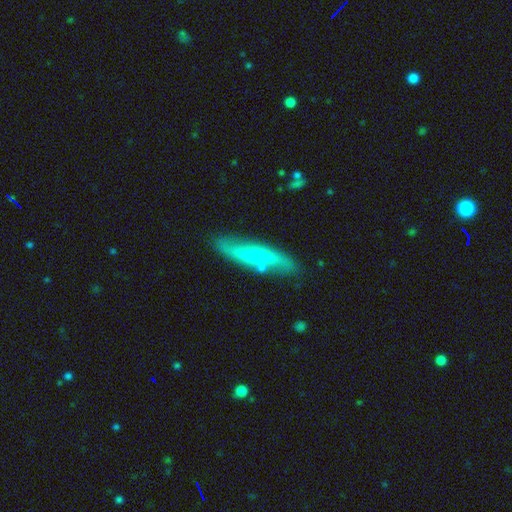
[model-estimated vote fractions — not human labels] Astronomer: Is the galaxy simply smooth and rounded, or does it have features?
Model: featured or disk — 61%.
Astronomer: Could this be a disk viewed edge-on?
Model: yes — 51% (runner-up: no, 49%).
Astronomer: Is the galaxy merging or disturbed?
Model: none — 77%.